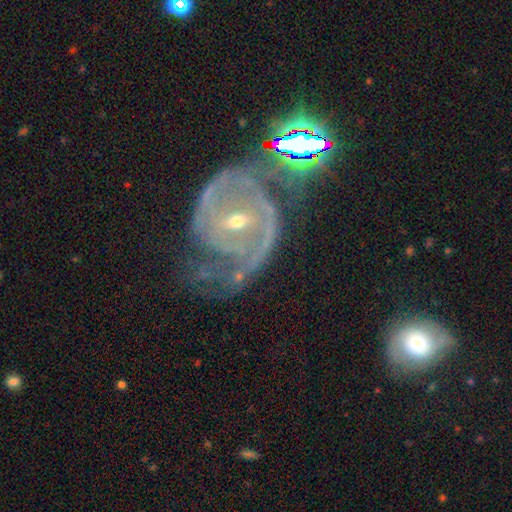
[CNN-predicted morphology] type=featured or disk (88%); edge-on=no (97%); bar=weak (40%); spiral arms=yes (96%); winding=tight (48%); arm count=2 (63%); bulge=small (62%); merging=none (51%).